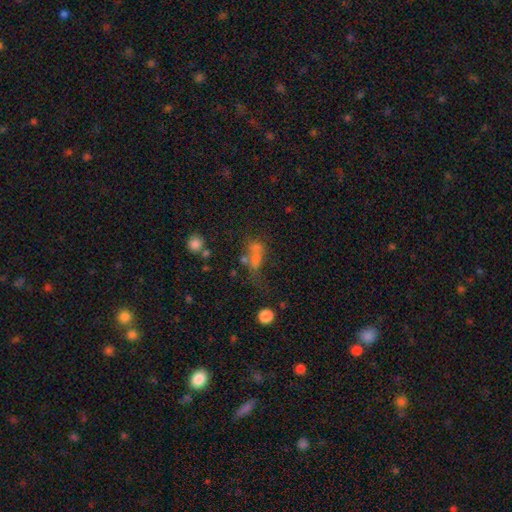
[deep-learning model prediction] This appears to be a smooth galaxy with no disk features (53%) that is in between round and cigar-shaped (57%). Merging: merger (41%).